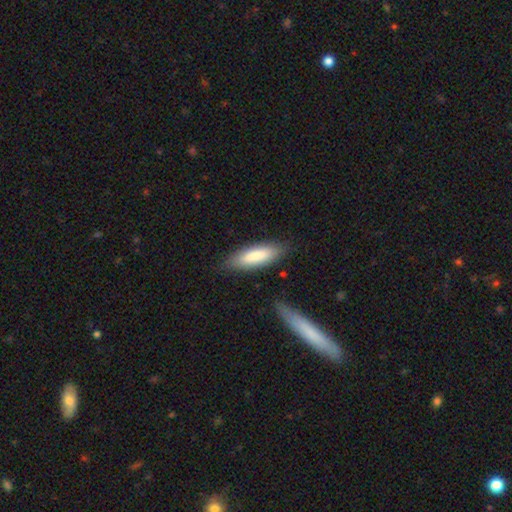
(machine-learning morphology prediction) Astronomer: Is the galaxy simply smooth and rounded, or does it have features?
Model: smooth — 82%.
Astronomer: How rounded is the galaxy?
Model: in between — 51% (runner-up: cigar-shaped, 48%).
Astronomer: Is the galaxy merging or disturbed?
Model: none — 81%.